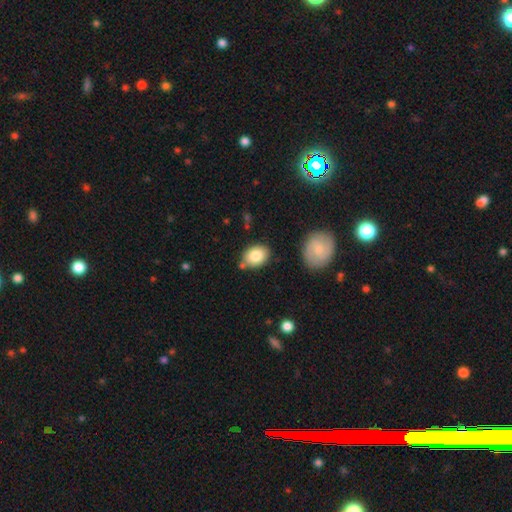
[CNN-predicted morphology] smooth-or-featured: smooth: 82% | featured or disk: 11% | star or artifact: 7%
  how-rounded: in between: 65% | round: 34% | cigar-shaped: 1%
  merging: none: 73% | minor disturbance: 15% | merger: 8% | major disturbance: 3%